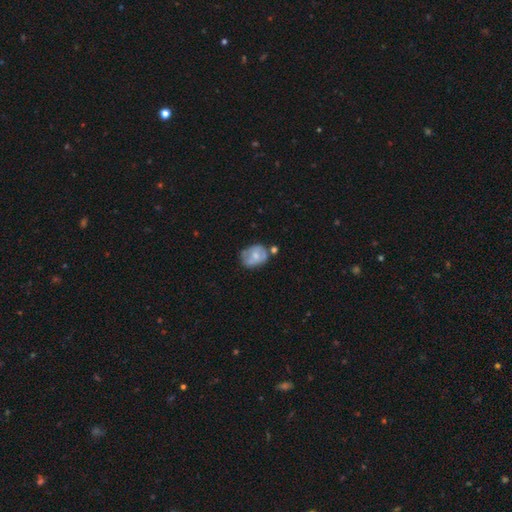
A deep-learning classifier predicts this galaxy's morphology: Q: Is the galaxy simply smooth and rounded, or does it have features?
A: smooth — 52%.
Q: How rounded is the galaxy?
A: in between — 63%.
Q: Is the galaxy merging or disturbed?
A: none — 45%.